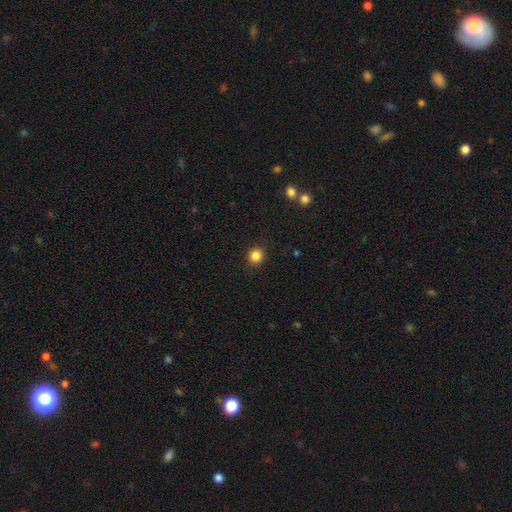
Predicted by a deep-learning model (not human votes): The model was most divided on "smooth or featured": smooth: 85%, star or artifact: 11%, featured or disk: 4%. More confident: merging — none (91%); how rounded — round (89%).